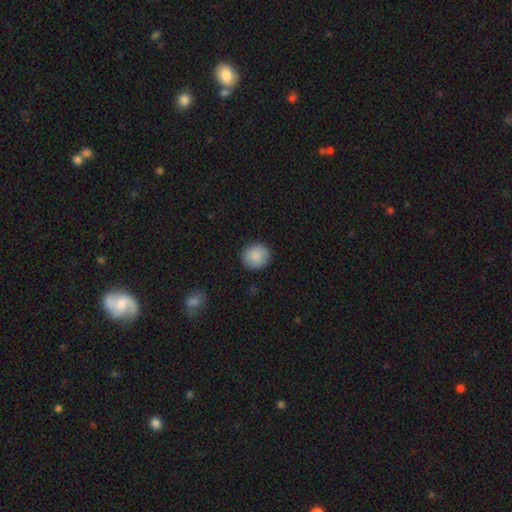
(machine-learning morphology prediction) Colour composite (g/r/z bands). It shows a smooth galaxy with no disk features (88%) that is round (85%). Merging: none (90%).